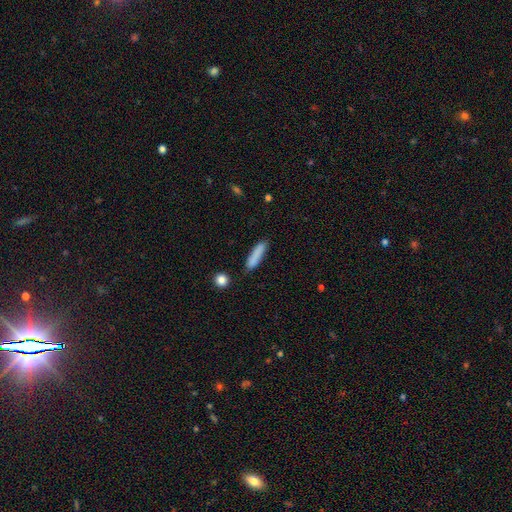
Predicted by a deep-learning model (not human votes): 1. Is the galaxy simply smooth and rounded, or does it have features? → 84% smooth, 9% featured or disk, 7% star or artifact.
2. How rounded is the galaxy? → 81% cigar-shaped, 17% in between, 2% round.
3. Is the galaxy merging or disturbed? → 80% none, 14% minor disturbance, 3% major disturbance, 3% merger.